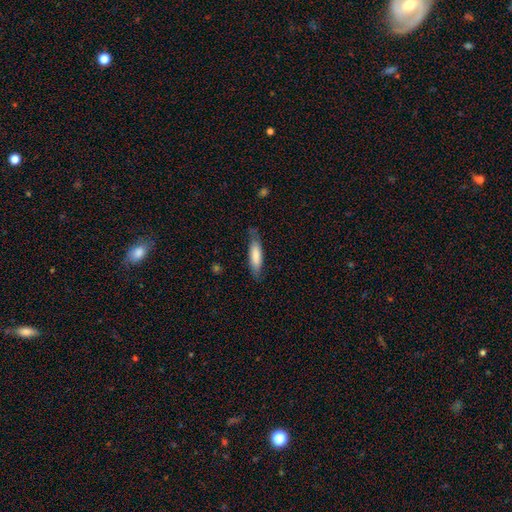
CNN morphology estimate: type=smooth (77%); roundness=cigar-shaped (56%); merging=none (73%).